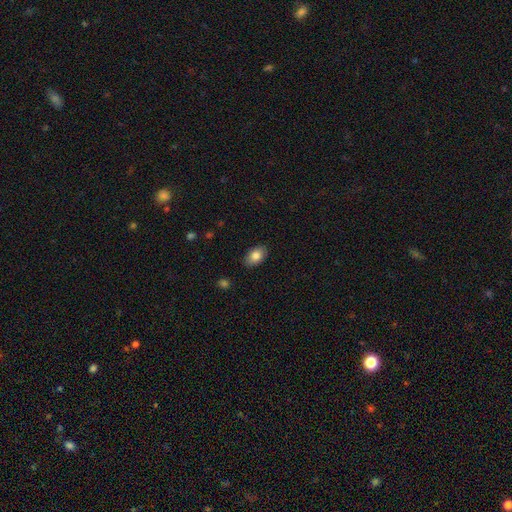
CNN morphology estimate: A smooth galaxy with no disk features (83%) that is in between round and cigar-shaped (88%).

Vote fractions:
- Smooth or featured? smooth: 83% / featured or disk: 9% / star or artifact: 8%
- How rounded? in between: 88% / round: 10% / cigar-shaped: 1%
- Merging? none: 86% / minor disturbance: 10% / major disturbance: 2% / merger: 1%